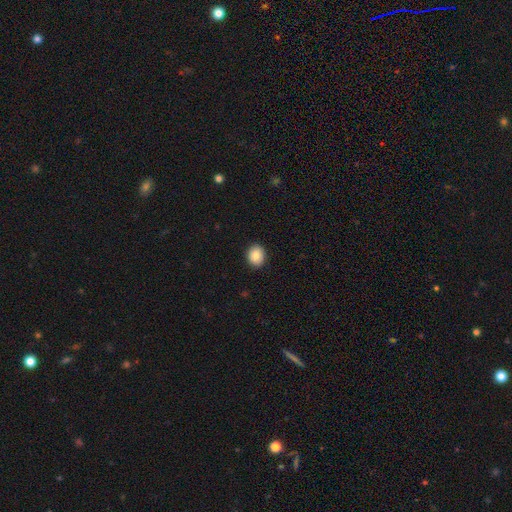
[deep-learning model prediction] Smooth or featured?
  - smooth: 88% *
  - star or artifact: 8%
  - featured or disk: 5%
How rounded?
  - round: 54% *
  - in between: 45%
  - cigar-shaped: 1%
Merging?
  - none: 90% *
  - minor disturbance: 7%
  - major disturbance: 2%
  - merger: 1%